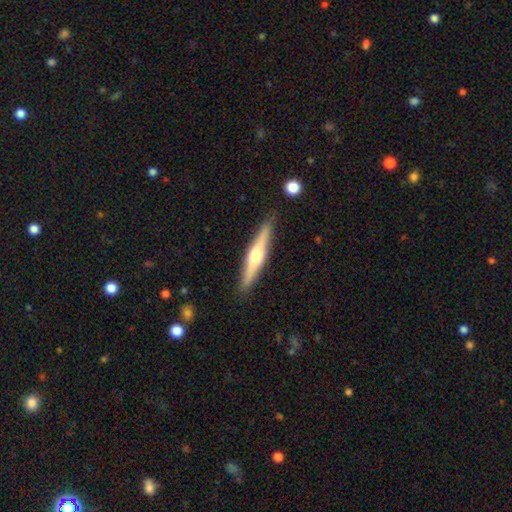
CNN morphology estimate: smooth-or-featured: featured or disk: 65% | smooth: 30% | star or artifact: 5%
  disk-edge-on: yes: 97% | no: 3%
    edge-on-bulge: rounded: 87% | boxy: 7% | none: 6%
  merging: none: 90% | minor disturbance: 7% | major disturbance: 1% | merger: 1%